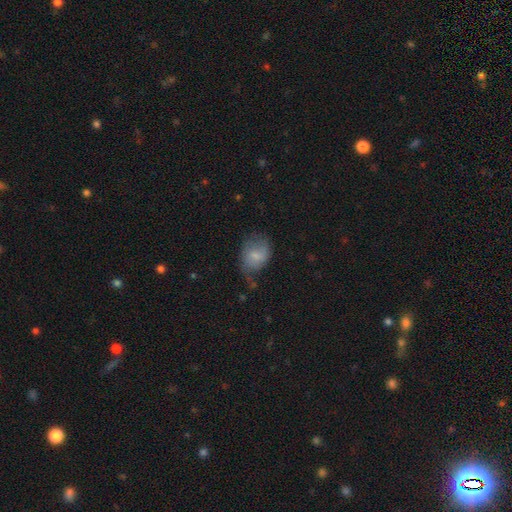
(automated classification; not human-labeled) smooth-or-featured: smooth: 58% | featured or disk: 34% | star or artifact: 8%
  how-rounded: in between: 57% | round: 42% | cigar-shaped: 1%
  merging: none: 46% | minor disturbance: 33% | major disturbance: 18% | merger: 3%